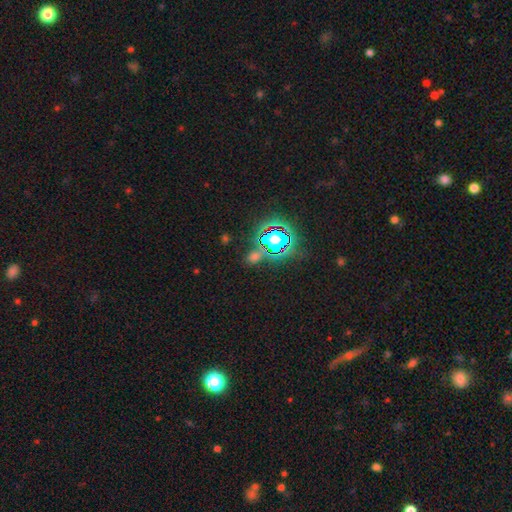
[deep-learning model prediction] star or artifact 65%, smooth 27%, featured or disk 8%.